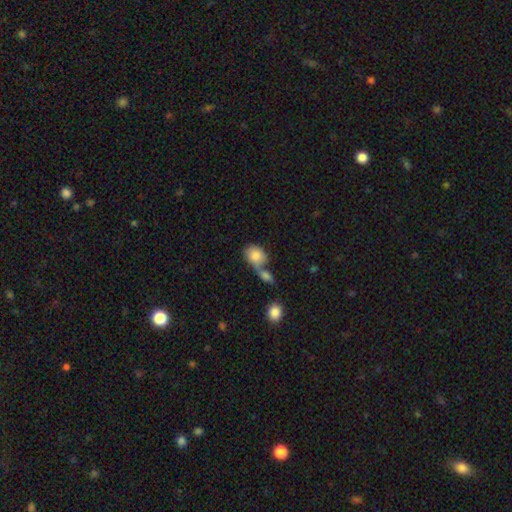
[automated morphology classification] This is clearly a smooth galaxy (81%). How rounded: likely in between (61%). Merging: possibly merger (54%).